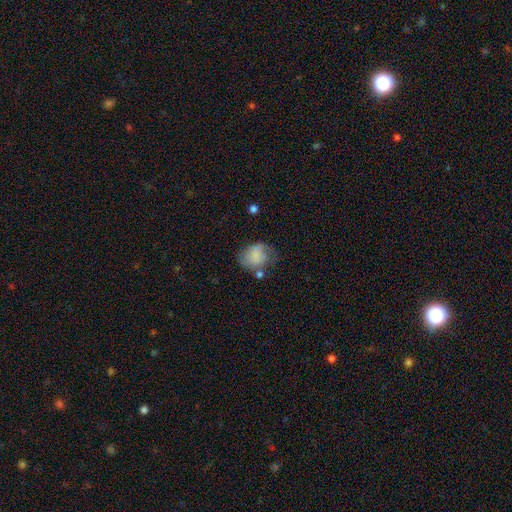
Overall: smooth (74%). How rounded: round (52%; in between 45%). Merging: none (39%; minor disturbance 29%).